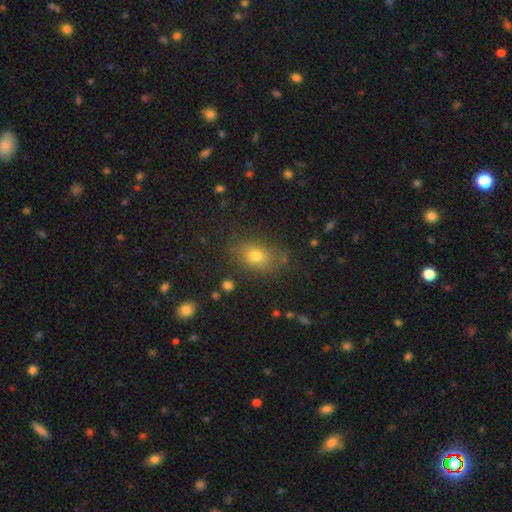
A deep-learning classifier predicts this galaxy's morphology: Q: Smooth or featured?
A: smooth (75%); runner-up: star or artifact (14%)
Q: How rounded?
A: in between (65%); runner-up: round (33%)
Q: Merging?
A: none (78%); runner-up: minor disturbance (15%)